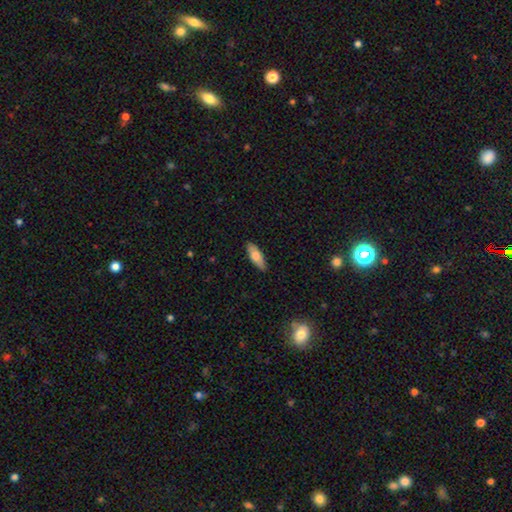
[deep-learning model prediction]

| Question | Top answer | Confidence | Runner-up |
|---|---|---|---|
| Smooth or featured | smooth | 72% | featured or disk (22%) |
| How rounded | in between | 63% | cigar-shaped (35%) |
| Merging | none | 87% | minor disturbance (10%) |